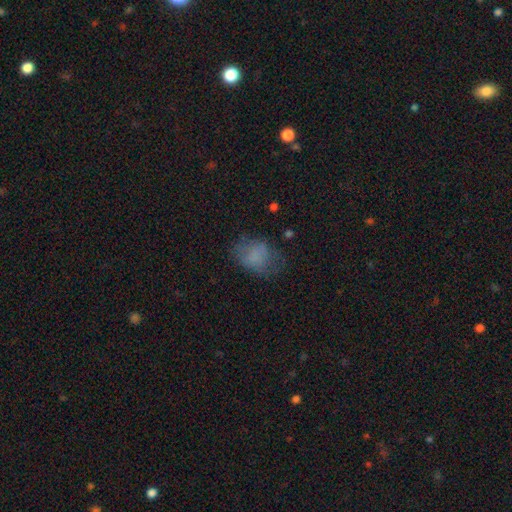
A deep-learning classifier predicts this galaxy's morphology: Smooth or featured? Predicted: smooth (p=0.72). How rounded? Predicted: in between (p=0.65). Merging? Predicted: none (p=0.54).